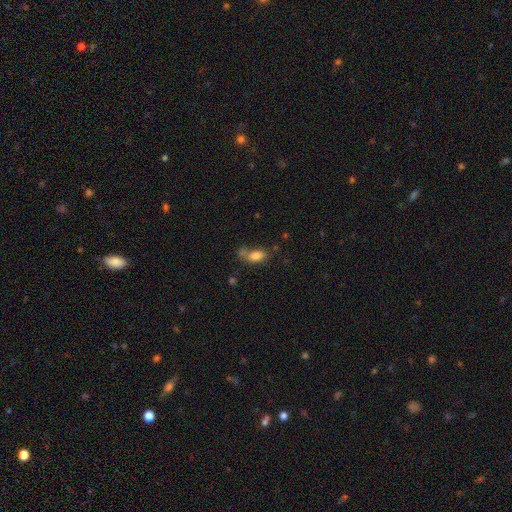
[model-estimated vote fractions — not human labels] This is likely a smooth galaxy (79%). How rounded: clearly in between (85%). Merging: marginally none (41%).